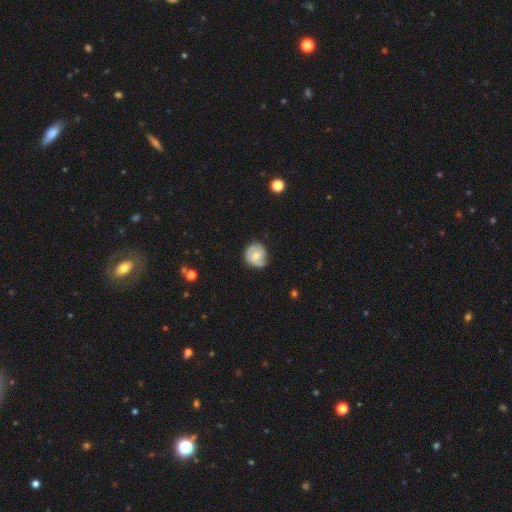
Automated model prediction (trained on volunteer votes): featured or disk 58%, smooth 35%, star or artifact 7%. Down the decision tree: edge-on disk — no (97%); bar — no (71%); spiral arms — yes (86%); bulge size — moderate (53%); merging — none (68%).